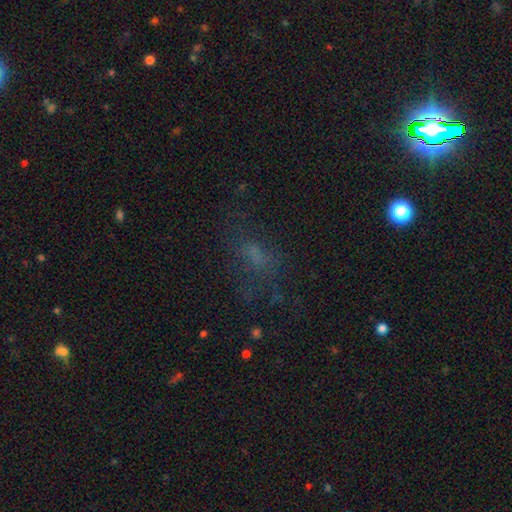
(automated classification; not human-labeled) Smooth or featured?
  - smooth: 47% *
  - star or artifact: 29%
  - featured or disk: 24%
Merging?
  - none: 54% *
  - major disturbance: 24%
  - minor disturbance: 19%
  - merger: 3%